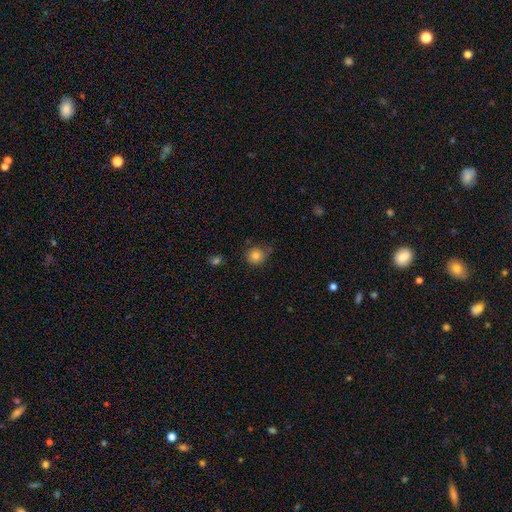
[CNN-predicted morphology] Overall: smooth (82%). How rounded: round (91%). Merging: none (74%).